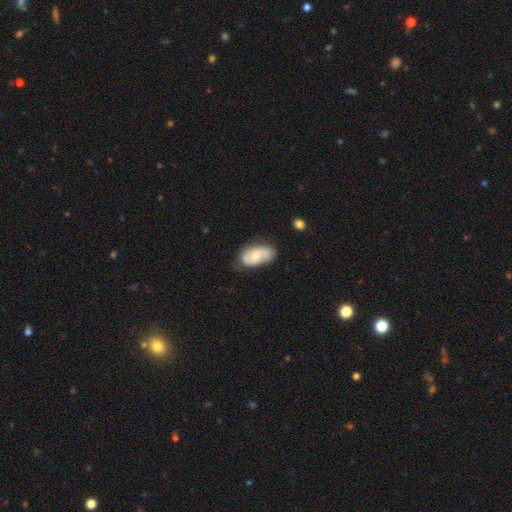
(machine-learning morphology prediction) smooth 53%, featured or disk 41%, star or artifact 6%. Down the decision tree: how rounded — in between (93%); merging — none (67%).